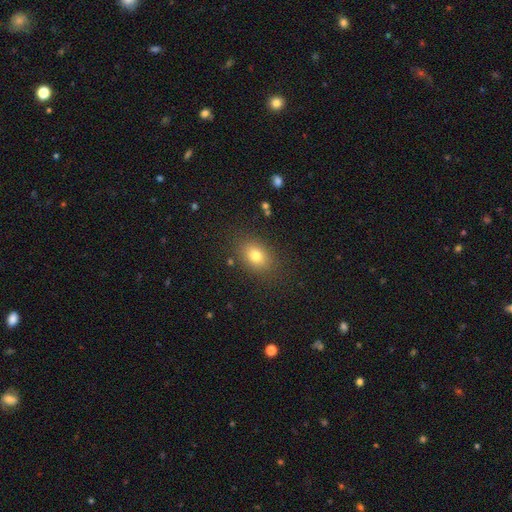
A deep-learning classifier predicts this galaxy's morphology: type=smooth (78%); roundness=in between (71%); merging=none (84%).